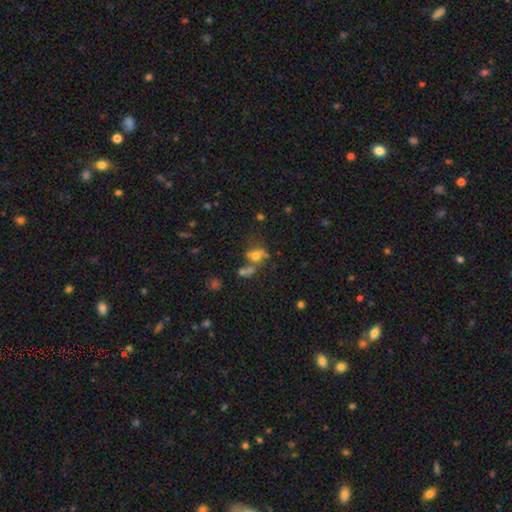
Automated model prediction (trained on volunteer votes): Overall: smooth (60%; featured or disk 22%). How rounded: round (54%; in between 44%). Merging: merger (37%, tied with none).